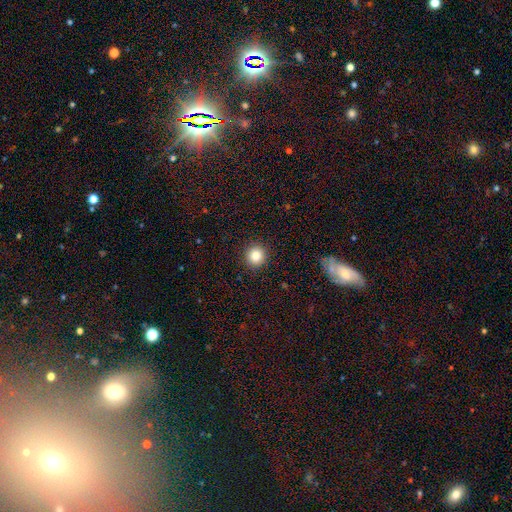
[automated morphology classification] This is clearly a smooth galaxy (84%). How rounded: clearly round (93%). Merging: clearly none (92%).